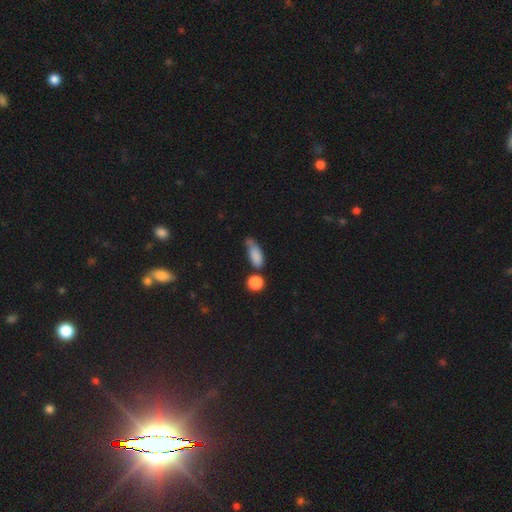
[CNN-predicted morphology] smooth 81%, featured or disk 10%, star or artifact 9%. Down the decision tree: how rounded — in between (74%); merging — none (39%).